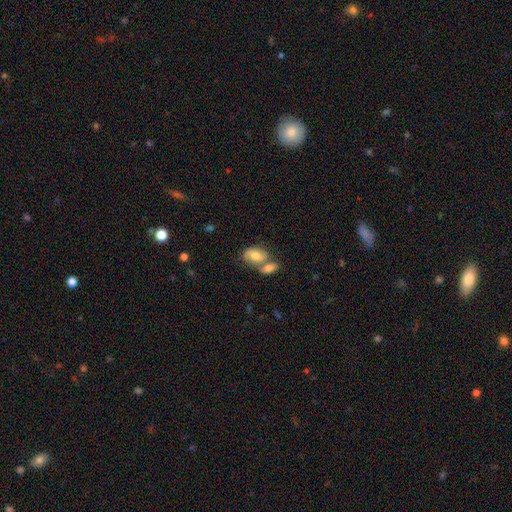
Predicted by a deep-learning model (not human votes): Morphology: type=smooth (62%); roundness=in between (83%); merging=merger (50%).